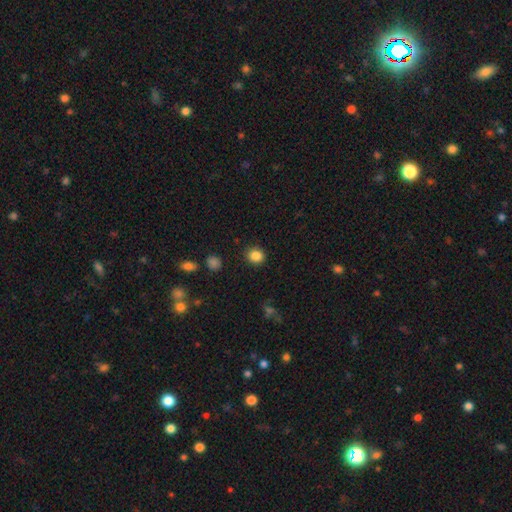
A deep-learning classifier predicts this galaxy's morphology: smooth_or_featured: smooth (p=0.86) [alt: star or artifact p=0.11]
how_rounded: round (p=0.82) [alt: in between p=0.17]
merging: none (p=0.89) [alt: minor disturbance p=0.07]